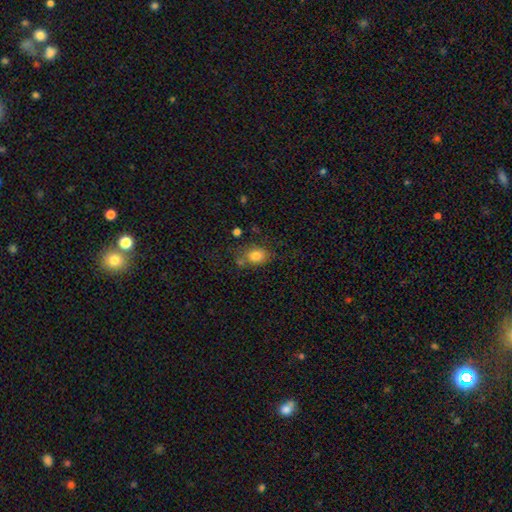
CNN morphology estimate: The model was most divided on "how rounded": in between: 66%, round: 33%, cigar-shaped: 2%. More confident: smooth or featured — smooth (79%); merging — none (57%).